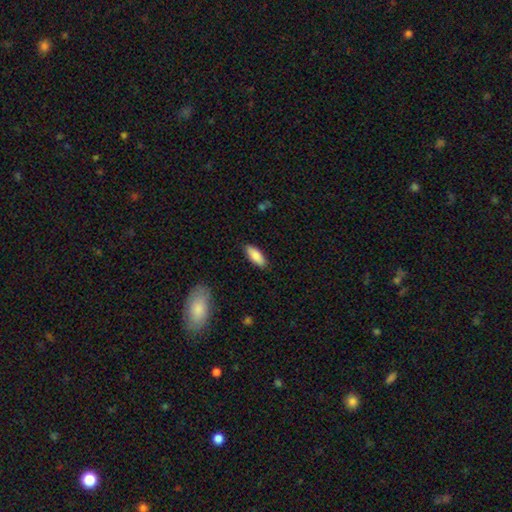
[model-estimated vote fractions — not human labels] Smooth or featured?
  - smooth: 87% *
  - featured or disk: 8%
  - star or artifact: 6%
How rounded?
  - in between: 76% *
  - cigar-shaped: 22%
  - round: 2%
Merging?
  - none: 87% *
  - minor disturbance: 10%
  - major disturbance: 2%
  - merger: 1%